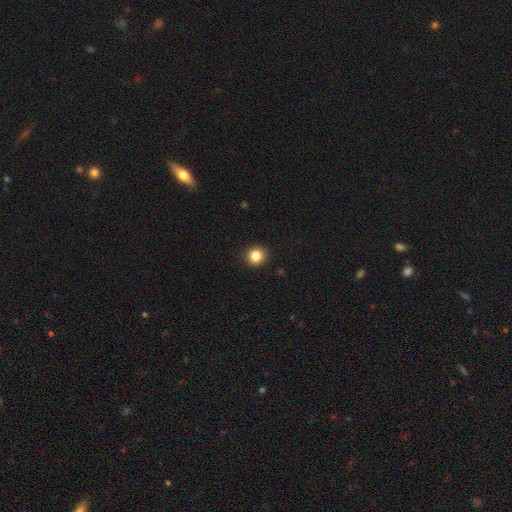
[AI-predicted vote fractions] A smooth galaxy with no disk features (84%) that is round (91%). Merging: none (92%).